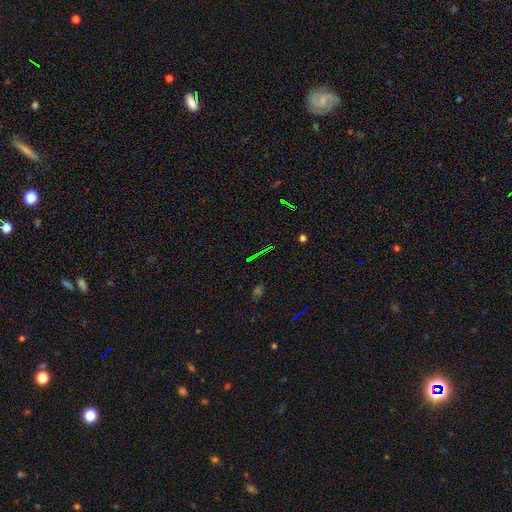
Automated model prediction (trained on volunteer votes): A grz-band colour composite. It shows a star or artifact, not a galaxy (71%).